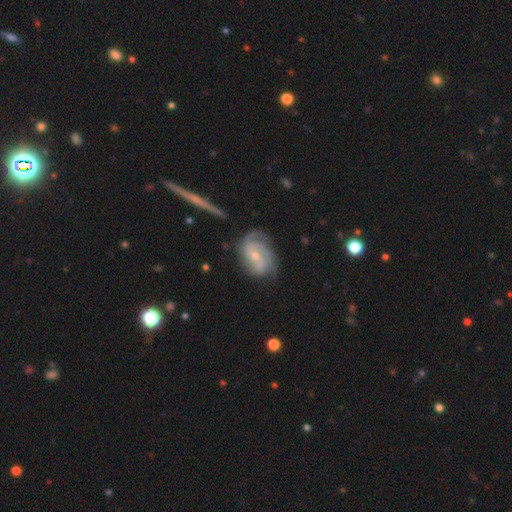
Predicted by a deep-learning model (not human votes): The model was most divided on "spiral winding": medium: 43%, tight: 42%, loose: 15%. Remaining: edge-on disk — no (96%); spiral arms — yes (95%); smooth or featured — featured or disk (80%); merging — none (64%); bulge size — small (57%); bar — no (50%); spiral arm count — 2 (39%).